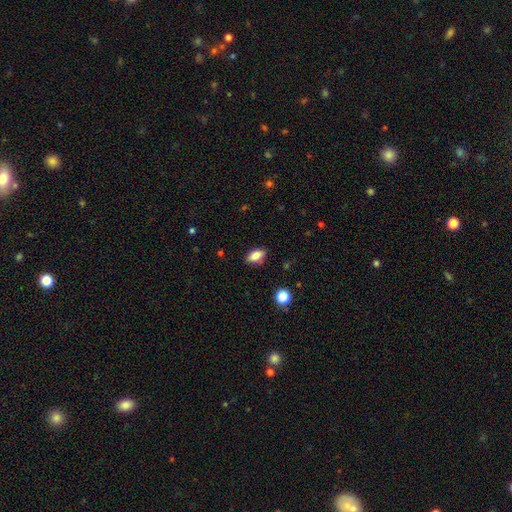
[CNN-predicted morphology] A smooth galaxy with no disk features (80%) that is in between round and cigar-shaped (85%).

Vote fractions:
- Smooth or featured? smooth: 80% / featured or disk: 12% / star or artifact: 9%
- How rounded? in between: 85% / cigar-shaped: 9% / round: 7%
- Merging? none: 83% / minor disturbance: 12% / major disturbance: 3% / merger: 2%